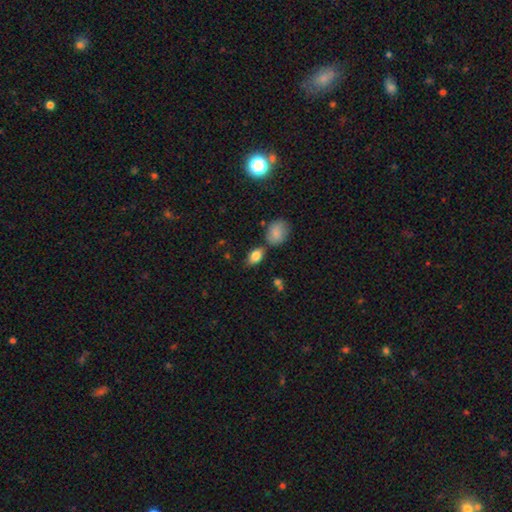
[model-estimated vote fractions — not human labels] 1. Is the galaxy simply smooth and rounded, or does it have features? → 82% smooth, 9% featured or disk, 9% star or artifact.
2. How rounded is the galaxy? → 87% in between, 10% round, 3% cigar-shaped.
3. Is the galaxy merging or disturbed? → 68% none, 15% minor disturbance, 13% merger, 4% major disturbance.